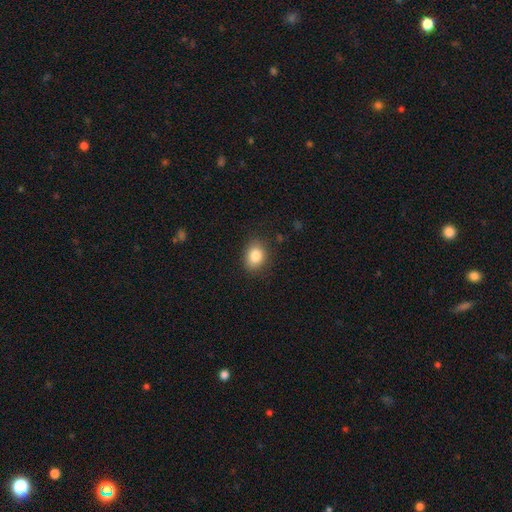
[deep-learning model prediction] smooth-or-featured: smooth: 84% | star or artifact: 9% | featured or disk: 7%
  how-rounded: in between: 58% | round: 41% | cigar-shaped: 1%
  merging: none: 85% | minor disturbance: 11% | major disturbance: 3% | merger: 1%